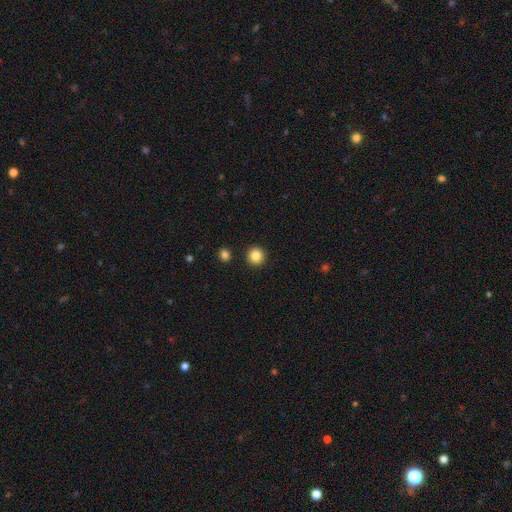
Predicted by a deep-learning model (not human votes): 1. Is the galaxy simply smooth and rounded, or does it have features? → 85% smooth, 10% star or artifact, 4% featured or disk.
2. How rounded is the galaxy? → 94% round, 5% in between, 1% cigar-shaped.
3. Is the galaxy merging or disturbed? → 92% none, 4% minor disturbance, 2% merger, 2% major disturbance.